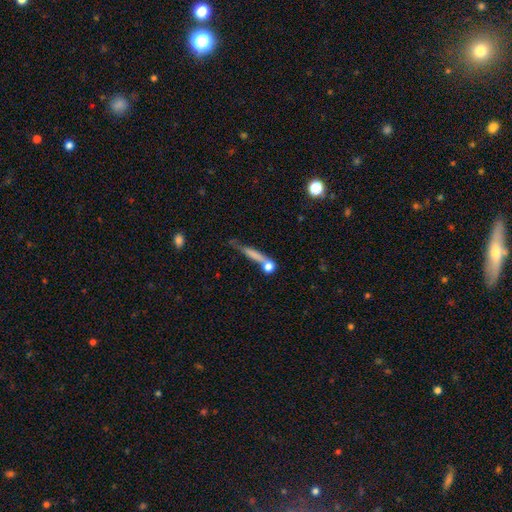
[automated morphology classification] smooth_or_featured: smooth (p=0.58) [alt: featured or disk p=0.31]
how_rounded: cigar-shaped (p=0.76) [alt: in between p=0.13]
merging: none (p=0.46) [alt: merger p=0.24]